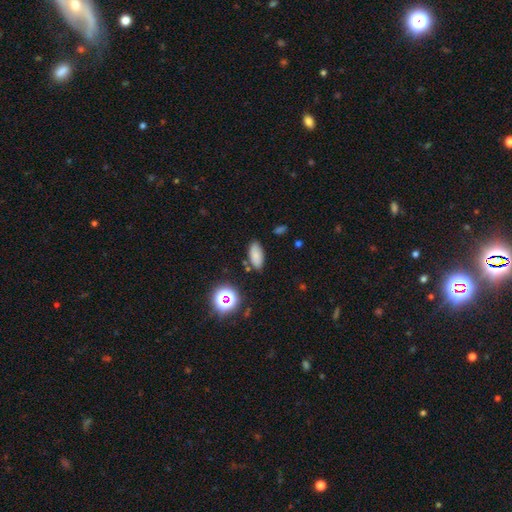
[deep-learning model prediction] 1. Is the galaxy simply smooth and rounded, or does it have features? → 79% smooth, 13% star or artifact, 8% featured or disk.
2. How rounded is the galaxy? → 88% in between, 8% cigar-shaped, 5% round.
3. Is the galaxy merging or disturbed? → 83% none, 11% minor disturbance, 3% merger, 3% major disturbance.